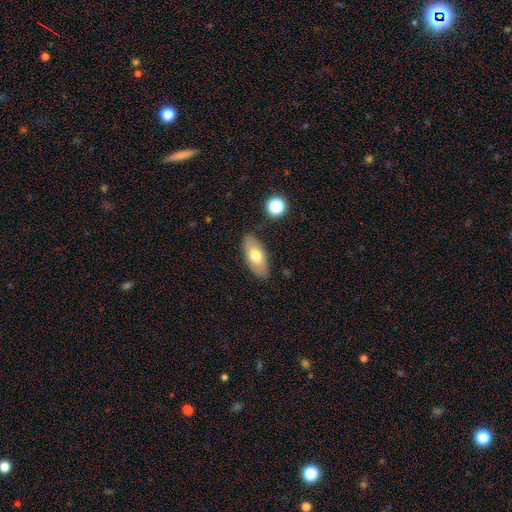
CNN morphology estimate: Smooth or featured: smooth — 67% (featured or disk — 27%)
How rounded: in between — 90% (cigar-shaped — 6%)
Merging: none — 85% (minor disturbance — 10%)